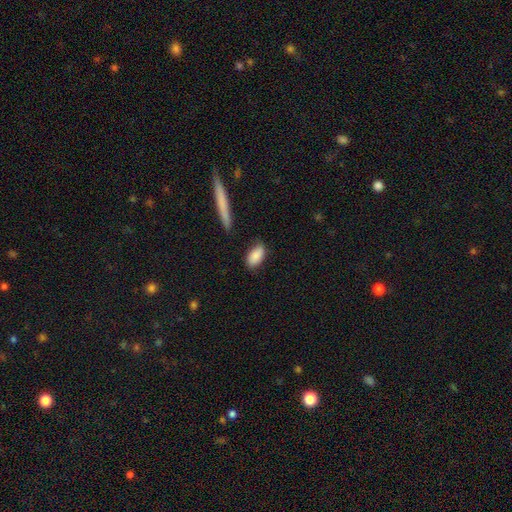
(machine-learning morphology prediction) smooth 87%, featured or disk 7%, star or artifact 6%. Down the decision tree: how rounded — in between (91%); merging — none (78%).